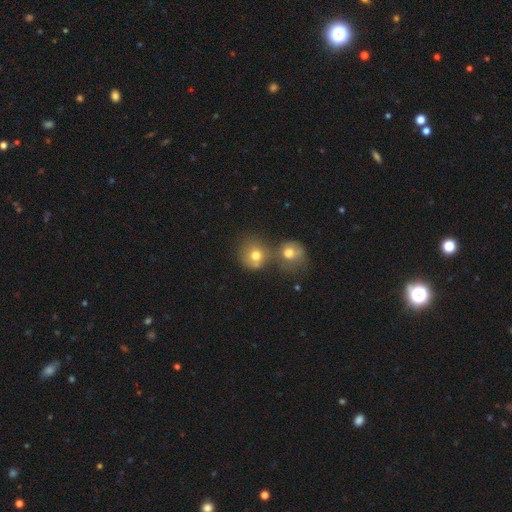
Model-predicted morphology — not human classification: type=smooth (74%); roundness=round (82%); merging=merger (51%).